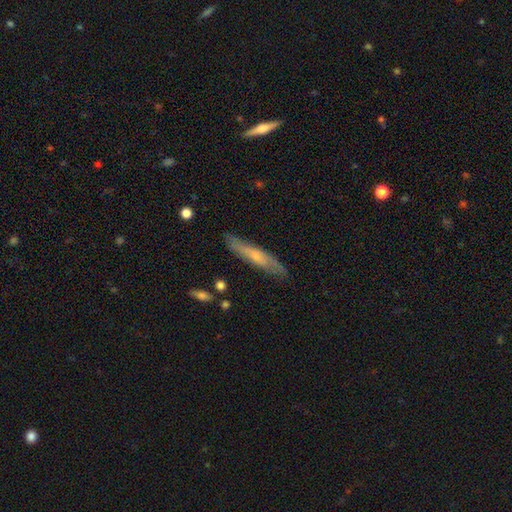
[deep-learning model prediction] This is possibly a smooth galaxy (47%, tied with featured or disk). Merging: clearly none (81%).